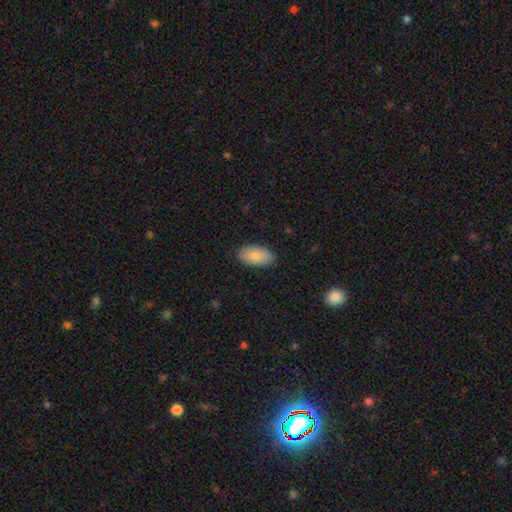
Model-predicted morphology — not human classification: Smooth or featured?
  - smooth: 83% *
  - featured or disk: 11%
  - star or artifact: 6%
How rounded?
  - in between: 95% *
  - round: 4%
  - cigar-shaped: 2%
Merging?
  - none: 86% *
  - minor disturbance: 11%
  - major disturbance: 2%
  - merger: 1%